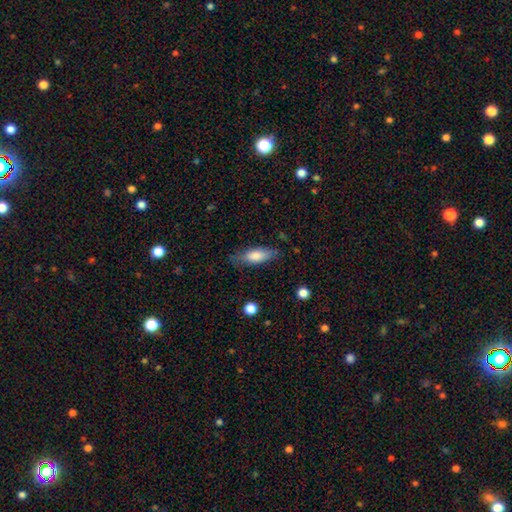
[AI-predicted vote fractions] Q: Smooth or featured?
A: smooth (77%); runner-up: featured or disk (17%)
Q: How rounded?
A: in between (66%); runner-up: cigar-shaped (32%)
Q: Merging?
A: none (77%); runner-up: minor disturbance (17%)